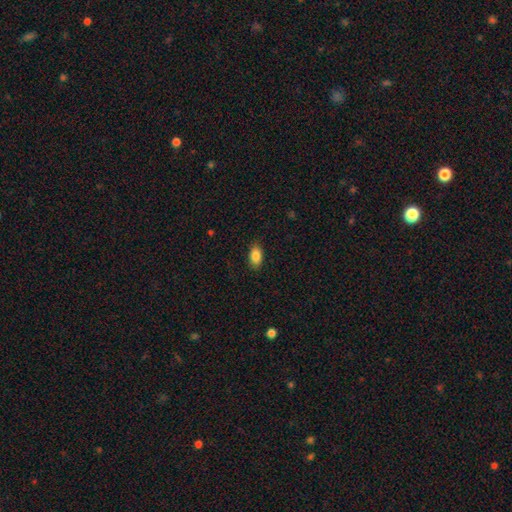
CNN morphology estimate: smooth 87%, star or artifact 8%, featured or disk 5%. Down the decision tree: how rounded — in between (90%); merging — none (87%).